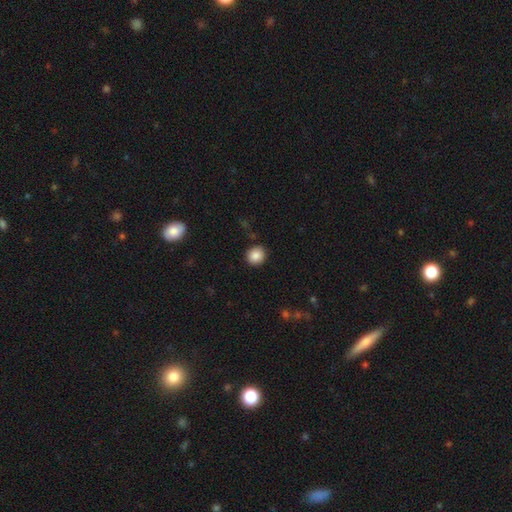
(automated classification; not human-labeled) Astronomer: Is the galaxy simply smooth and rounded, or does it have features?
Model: smooth — 87%.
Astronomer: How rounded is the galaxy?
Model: round — 87%.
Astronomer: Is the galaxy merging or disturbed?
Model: none — 90%.